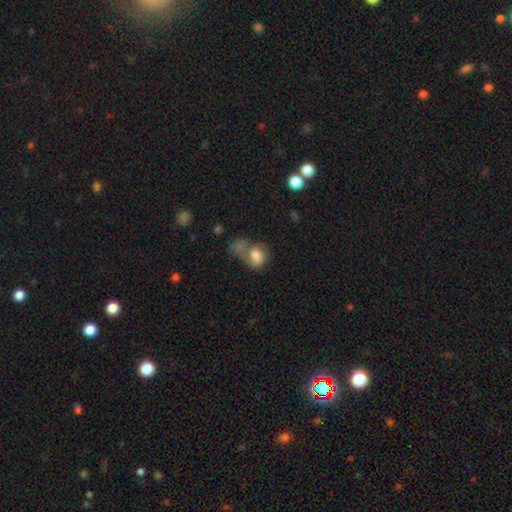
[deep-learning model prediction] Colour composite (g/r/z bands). It shows a smooth galaxy with no disk features (67%) that is in between round and cigar-shaped (60%). Merging: merger (40%).